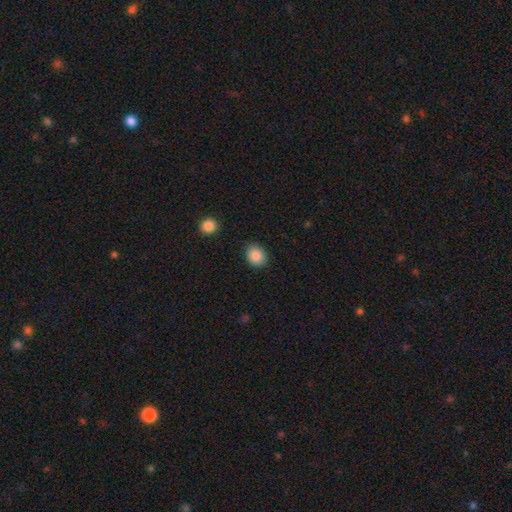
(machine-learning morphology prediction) smooth_or_featured: smooth (p=0.88) [alt: star or artifact p=0.08]
how_rounded: round (p=0.56) [alt: in between p=0.43]
merging: none (p=0.86) [alt: minor disturbance p=0.10]